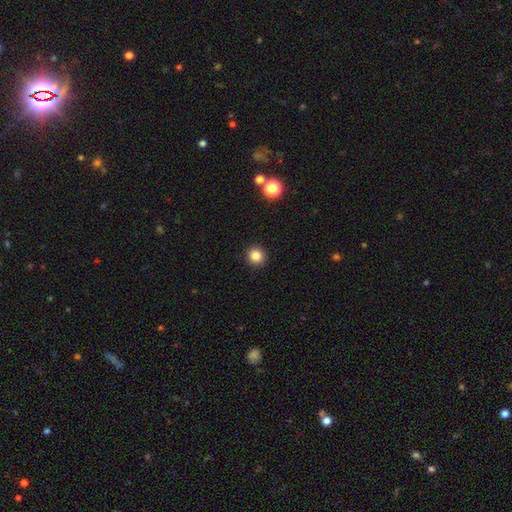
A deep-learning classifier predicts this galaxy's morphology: Smooth or featured?
  - smooth: 84% *
  - star or artifact: 12%
  - featured or disk: 5%
How rounded?
  - round: 93% *
  - in between: 6%
  - cigar-shaped: 1%
Merging?
  - none: 93% *
  - minor disturbance: 5%
  - major disturbance: 2%
  - merger: 1%